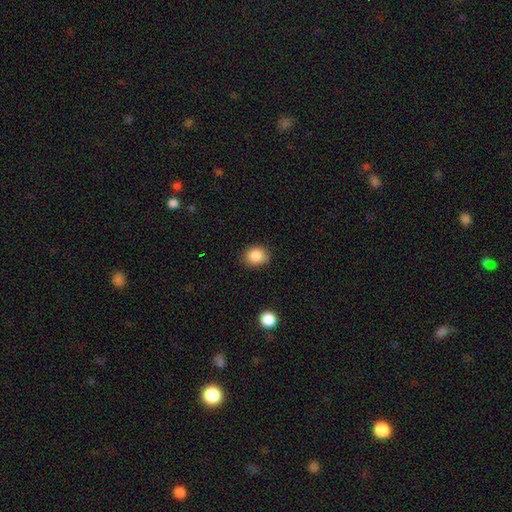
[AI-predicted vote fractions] Q: Smooth or featured?
A: smooth (86%); runner-up: star or artifact (9%)
Q: How rounded?
A: round (59%); runner-up: in between (40%)
Q: Merging?
A: none (80%); runner-up: minor disturbance (15%)